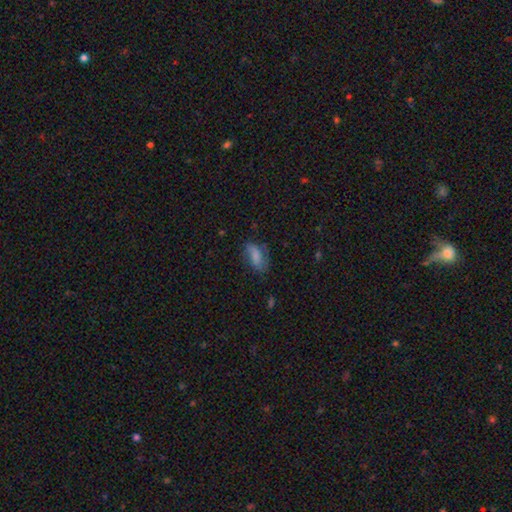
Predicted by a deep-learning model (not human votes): Q: Smooth or featured?
A: smooth (66%); runner-up: featured or disk (25%)
Q: How rounded?
A: in between (87%); runner-up: cigar-shaped (8%)
Q: Merging?
A: none (55%); runner-up: minor disturbance (28%)